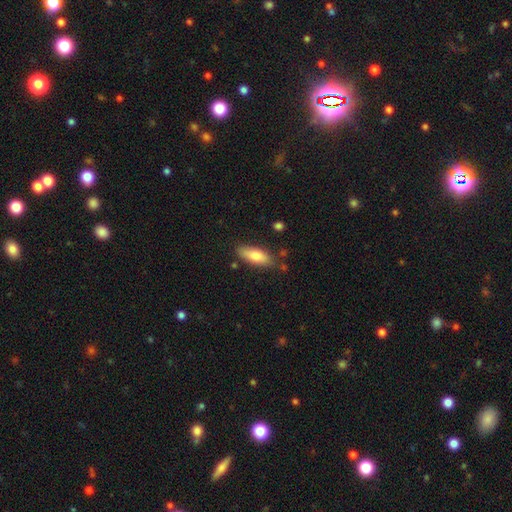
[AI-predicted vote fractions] smooth 76%, featured or disk 18%, star or artifact 6%. Down the decision tree: how rounded — in between (67%); merging — none (78%).